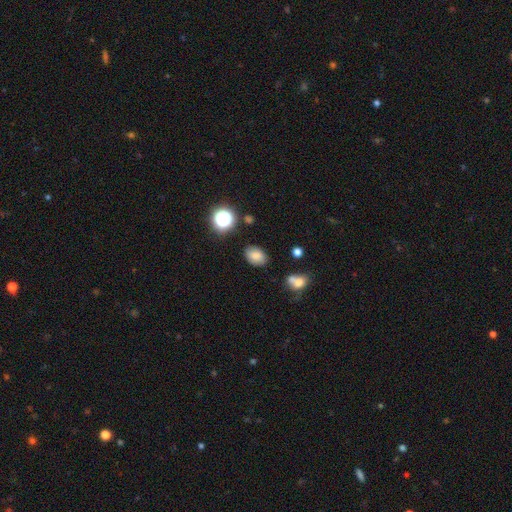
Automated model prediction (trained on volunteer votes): Overall: smooth (80%). How rounded: in between (77%). Merging: none (82%).